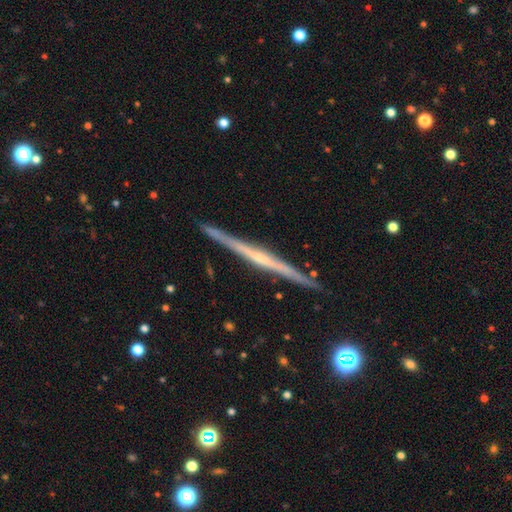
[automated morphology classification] type=featured or disk (79%); edge-on=yes (98%); edge-on bulge=none (50%); merging=none (90%).